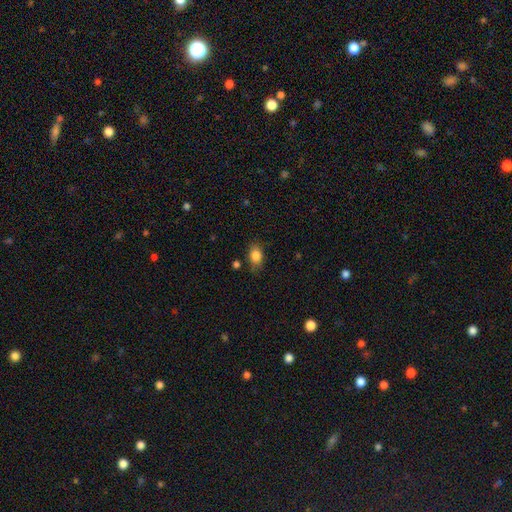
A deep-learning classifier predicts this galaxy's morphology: Smooth or featured: smooth — 84% (star or artifact — 9%)
How rounded: in between — 79% (round — 18%)
Merging: none — 76% (minor disturbance — 18%)